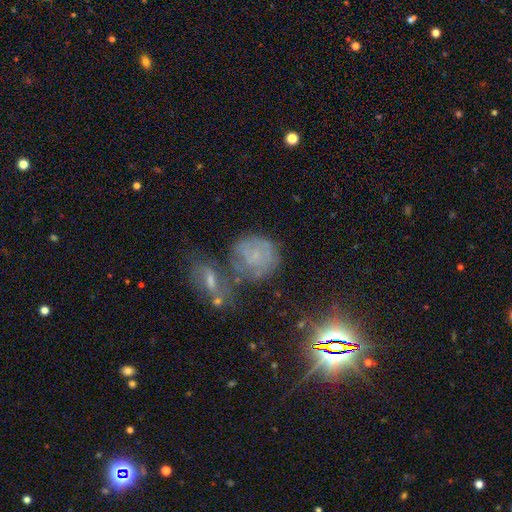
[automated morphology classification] This appears to be a featured or disk galaxy (43%). Merging: none (41%).